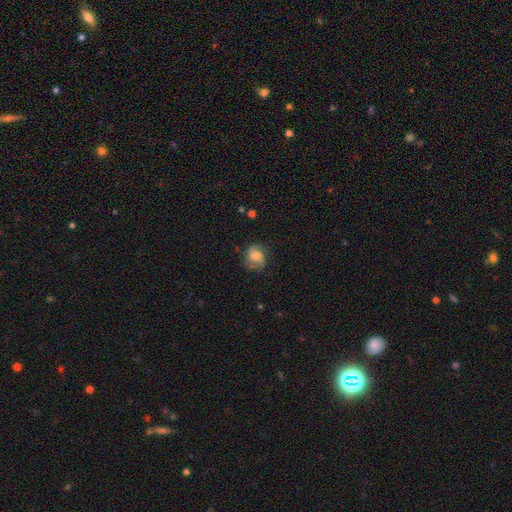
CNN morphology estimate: A featured or disk galaxy (58%) with no bar (61%), 2 (72%) medium (46%) spiral arms (91%) and a moderate central bulge (45%).

Vote fractions:
- Smooth or featured? featured or disk: 58% / smooth: 33% / star or artifact: 9%
- Edge-on disk? no: 97% / yes: 3%
- Bar? no: 61% / weak: 33% / strong: 6%
- Spiral arms? yes: 91% / no: 9%
- Spiral winding? medium: 46% / loose: 33% / tight: 21%
- Spiral arm count? 2: 72% / 3: 11% / can't tell: 10% / 1: 4% / 4: 2% / more than 4: 2%
- Bulge size? moderate: 45% / small: 27% / large: 15% / none: 10% / dominant: 2%
- Merging? none: 70% / minor disturbance: 20% / major disturbance: 9% / merger: 1%